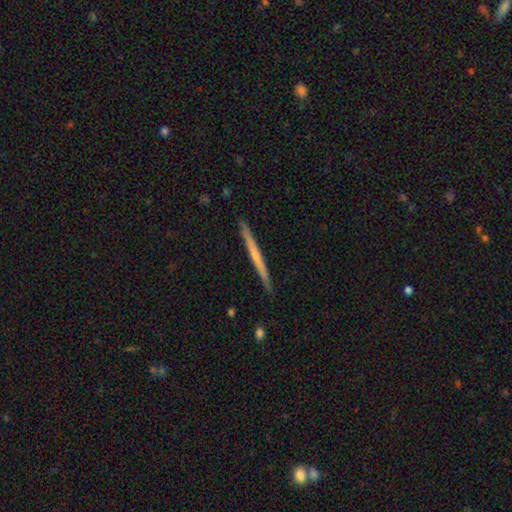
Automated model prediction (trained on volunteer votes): Morphology: type=featured or disk (57%); edge-on=yes (98%); edge-on bulge=none (68%); merging=none (92%).